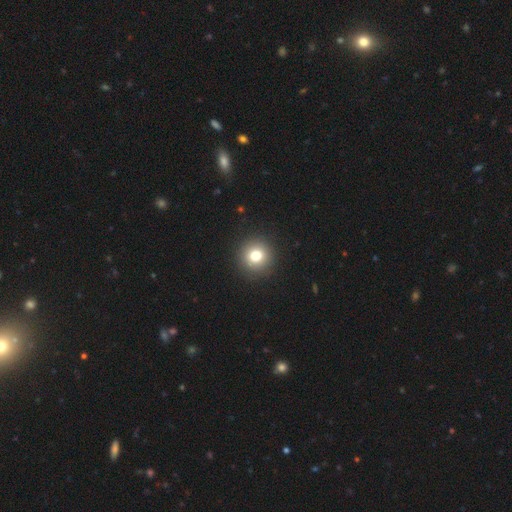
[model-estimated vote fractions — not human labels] Smooth or featured? smooth (78%)
How rounded? round (94%)
Merging? none (93%)